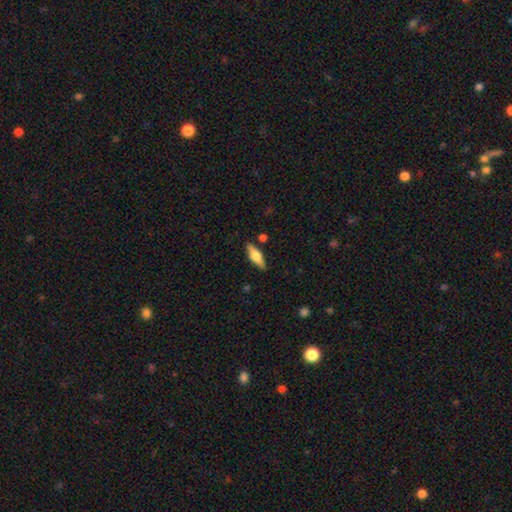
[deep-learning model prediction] Smooth or featured? Predicted: featured or disk (p=0.48). Merging? Predicted: none (p=0.87).